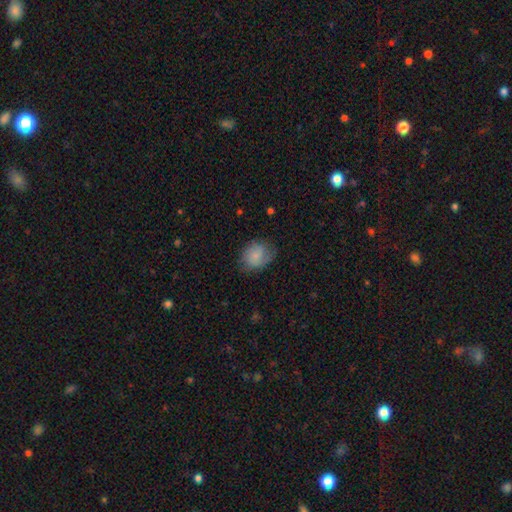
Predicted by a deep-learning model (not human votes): Smooth or featured? Predicted: smooth (p=0.69). How rounded? Predicted: in between (p=0.54). Merging? Predicted: none (p=0.63).